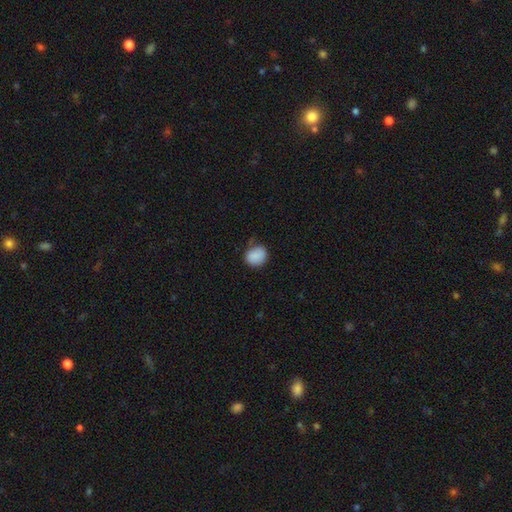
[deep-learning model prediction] Smooth or featured: smooth — 87% (star or artifact — 8%)
How rounded: round — 68% (in between — 31%)
Merging: none — 64% (minor disturbance — 26%)